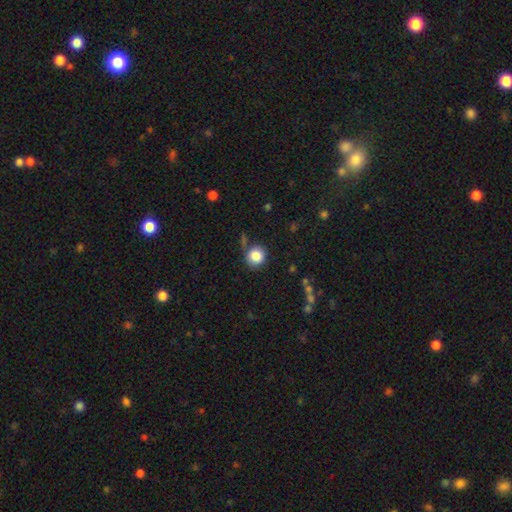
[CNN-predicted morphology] smooth_or_featured: smooth (p=0.86) [alt: star or artifact p=0.09]
how_rounded: round (p=0.91) [alt: in between p=0.08]
merging: none (p=0.77) [alt: minor disturbance p=0.13]